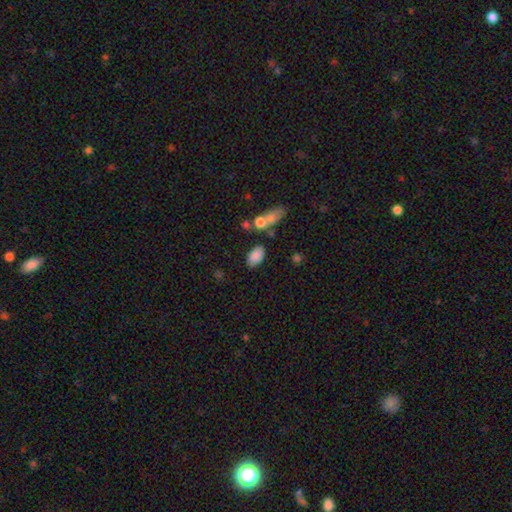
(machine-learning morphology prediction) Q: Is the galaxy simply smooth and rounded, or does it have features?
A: smooth — 85%.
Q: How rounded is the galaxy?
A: in between — 92%.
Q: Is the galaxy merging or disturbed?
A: none — 73%.